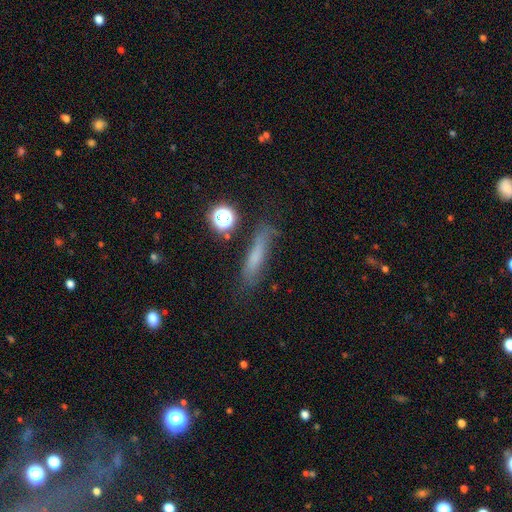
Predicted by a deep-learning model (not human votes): smooth 63%, featured or disk 24%, star or artifact 14%. Down the decision tree: how rounded — cigar-shaped (78%); merging — none (66%).